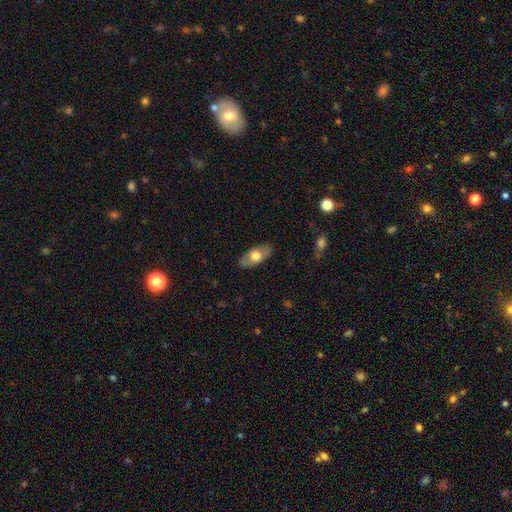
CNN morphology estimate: smooth-or-featured: smooth: 60% | featured or disk: 35% | star or artifact: 6%
  how-rounded: in between: 90% | cigar-shaped: 6% | round: 4%
  merging: none: 83% | minor disturbance: 13% | major disturbance: 3% | merger: 1%